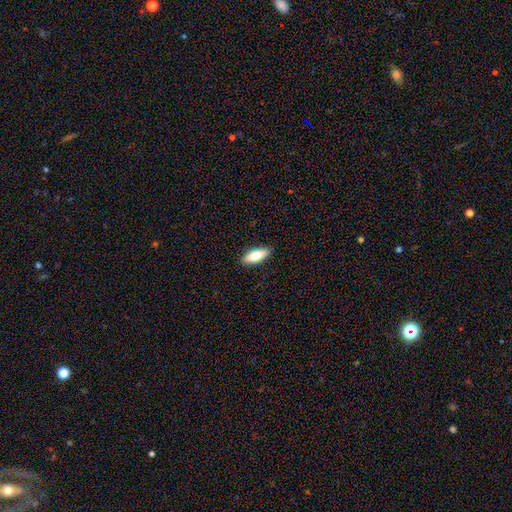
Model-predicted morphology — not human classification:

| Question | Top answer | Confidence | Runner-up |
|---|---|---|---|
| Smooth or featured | smooth | 78% | featured or disk (17%) |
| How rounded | in between | 66% | cigar-shaped (32%) |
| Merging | none | 89% | minor disturbance (9%) |